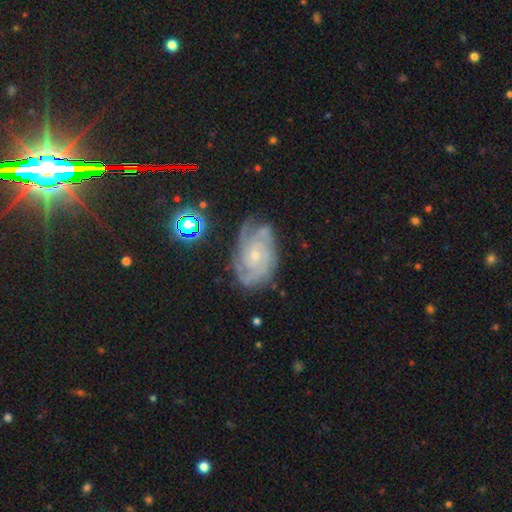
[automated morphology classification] Overall: featured or disk (86%). Edge-on disk: no (97%). Bar: no (72%). Spiral arms: yes (98%). Spiral arm count: 3 (29%; can't tell 20%). Spiral winding: tight (69%). Bulge size: small (78%). Merging: none (71%).